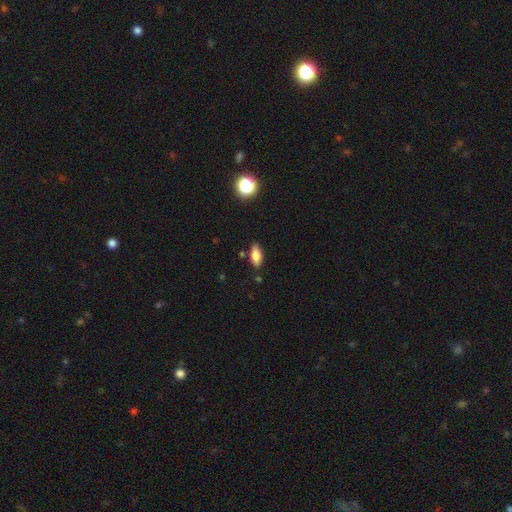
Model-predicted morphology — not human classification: smooth_or_featured: smooth (p=0.78) [alt: featured or disk p=0.14]
how_rounded: in between (p=0.82) [alt: cigar-shaped p=0.14]
merging: none (p=0.83) [alt: minor disturbance p=0.12]